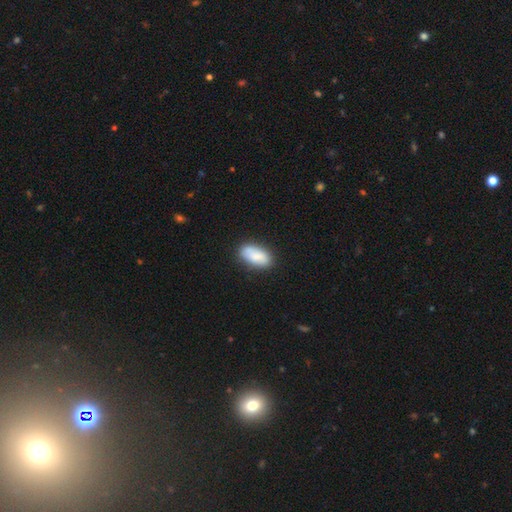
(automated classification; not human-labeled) smooth_or_featured: smooth (p=0.82) [alt: featured or disk p=0.12]
how_rounded: in between (p=0.89) [alt: cigar-shaped p=0.07]
merging: none (p=0.79) [alt: minor disturbance p=0.15]